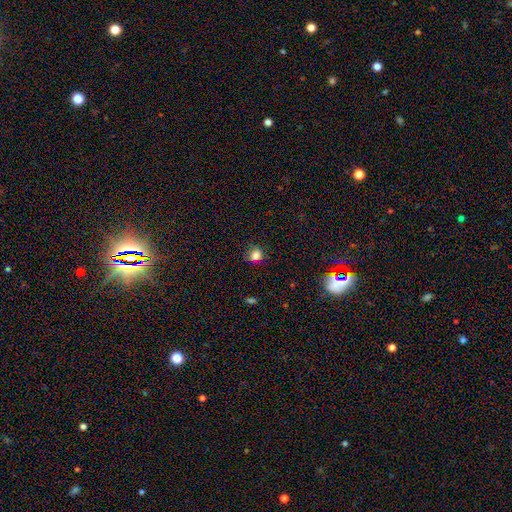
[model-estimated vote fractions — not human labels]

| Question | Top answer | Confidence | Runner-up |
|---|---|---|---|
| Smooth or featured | smooth | 80% | star or artifact (15%) |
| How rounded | round | 69% | in between (30%) |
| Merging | none | 75% | minor disturbance (18%) |